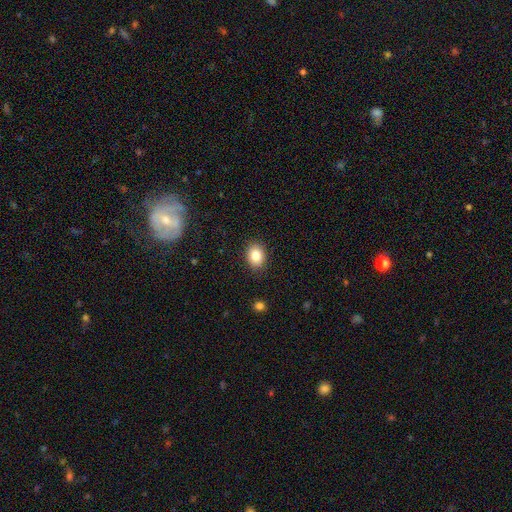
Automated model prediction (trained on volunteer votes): This is clearly a smooth galaxy (84%). How rounded: possibly in between (58%). Merging: clearly none (88%).